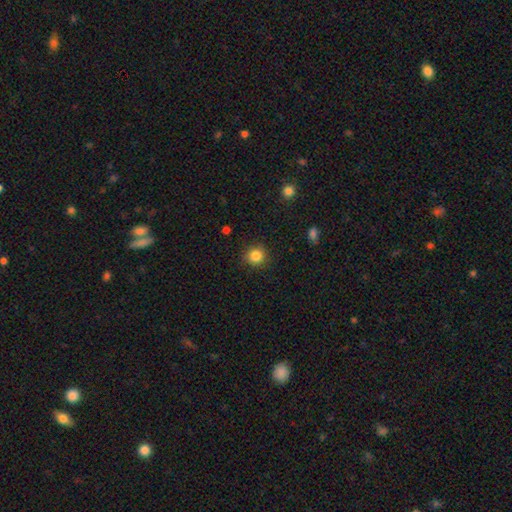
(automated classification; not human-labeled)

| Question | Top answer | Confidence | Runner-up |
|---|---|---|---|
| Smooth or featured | smooth | 85% | star or artifact (11%) |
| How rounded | round | 92% | in between (7%) |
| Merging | none | 90% | minor disturbance (7%) |